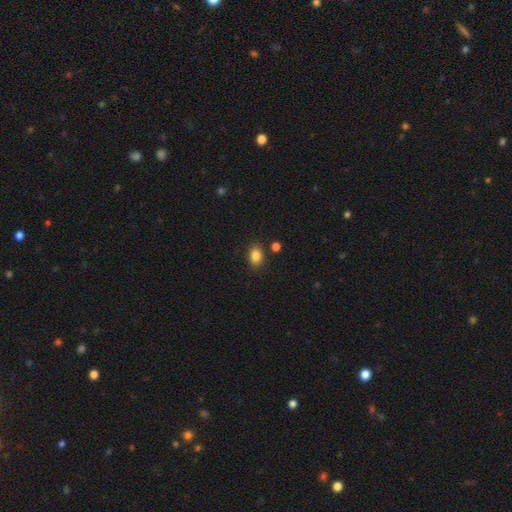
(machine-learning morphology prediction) smooth 84%, star or artifact 10%, featured or disk 6%. Down the decision tree: how rounded — in between (74%); merging — none (82%).